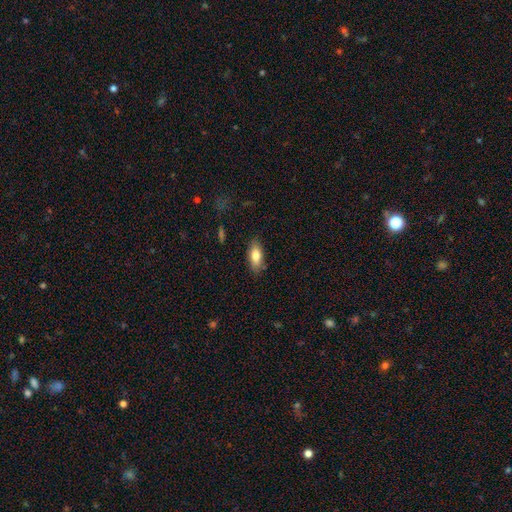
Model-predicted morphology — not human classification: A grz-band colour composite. It shows a smooth galaxy with no disk features (80%) that is in between round and cigar-shaped (83%). Merging: none (83%).